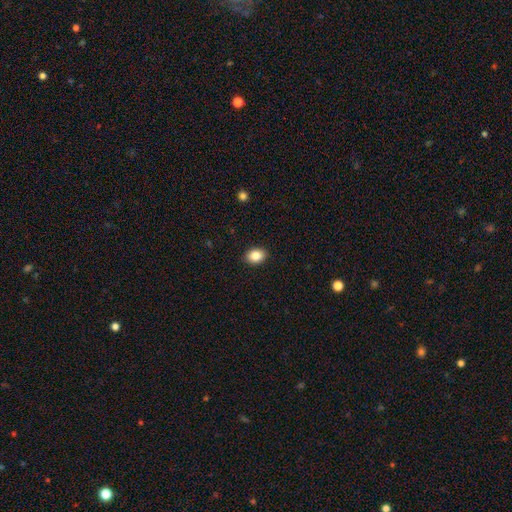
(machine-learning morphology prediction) smooth_or_featured: smooth (p=0.86) [alt: star or artifact p=0.09]
how_rounded: in between (p=0.70) [alt: round p=0.29]
merging: none (p=0.90) [alt: minor disturbance p=0.07]